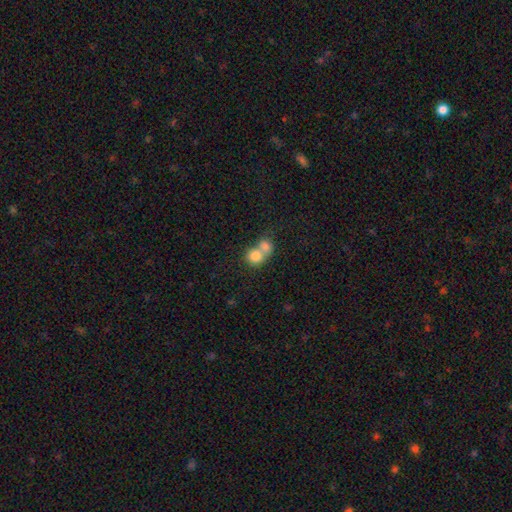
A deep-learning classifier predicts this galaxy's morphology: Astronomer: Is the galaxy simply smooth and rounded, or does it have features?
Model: smooth — 79%.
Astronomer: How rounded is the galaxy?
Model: round — 76%.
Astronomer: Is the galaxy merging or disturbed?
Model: merger — 67%.